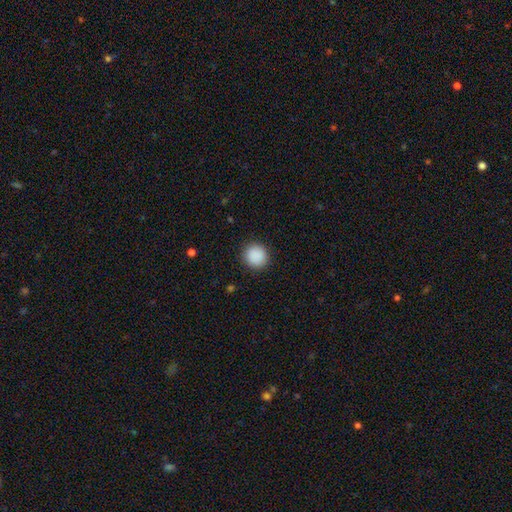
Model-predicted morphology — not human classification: This is clearly a smooth galaxy (89%). How rounded: clearly round (91%). Merging: clearly none (90%).